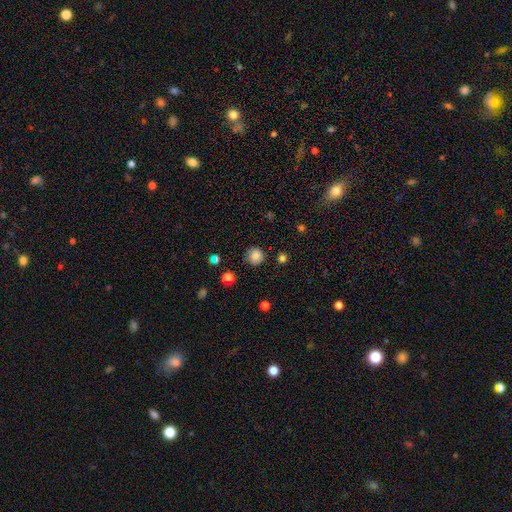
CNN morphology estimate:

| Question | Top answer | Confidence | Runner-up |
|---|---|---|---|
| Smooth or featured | smooth | 84% | star or artifact (12%) |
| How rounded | round | 91% | in between (8%) |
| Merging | none | 81% | minor disturbance (13%) |